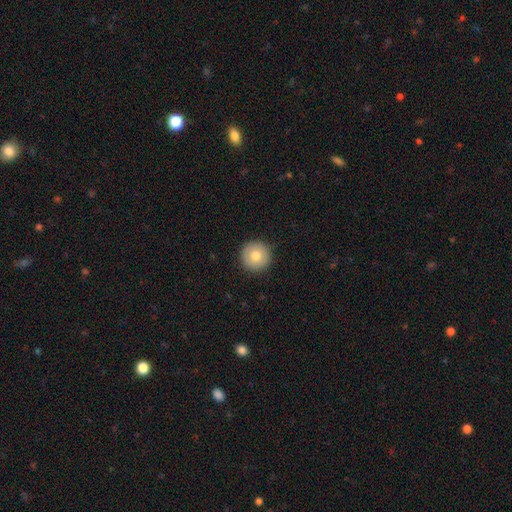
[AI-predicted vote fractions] This appears to be a smooth galaxy with no disk features (78%) that is round (96%). Merging: none (92%).